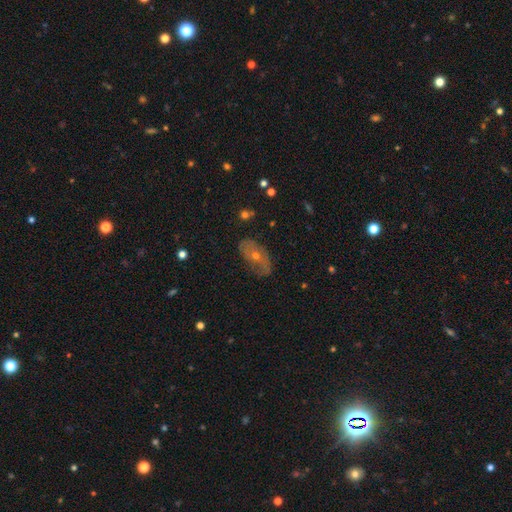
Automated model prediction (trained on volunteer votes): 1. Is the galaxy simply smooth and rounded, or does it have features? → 54% featured or disk, 34% smooth, 12% star or artifact.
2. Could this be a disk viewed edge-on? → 87% no, 13% yes.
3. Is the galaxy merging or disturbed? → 62% none, 25% minor disturbance, 11% major disturbance, 2% merger.